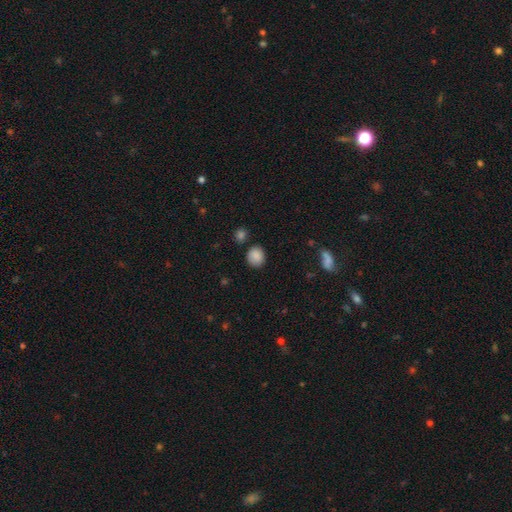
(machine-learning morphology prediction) type=smooth (86%); roundness=round (70%); merging=none (80%).